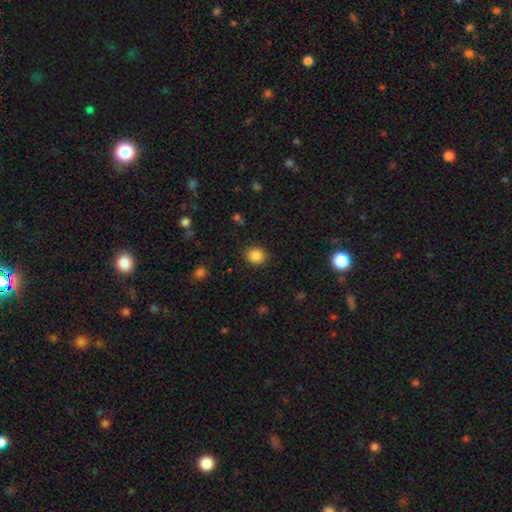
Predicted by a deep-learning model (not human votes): smooth 86%, star or artifact 10%, featured or disk 4%. Down the decision tree: how rounded — round (75%); merging — none (88%).